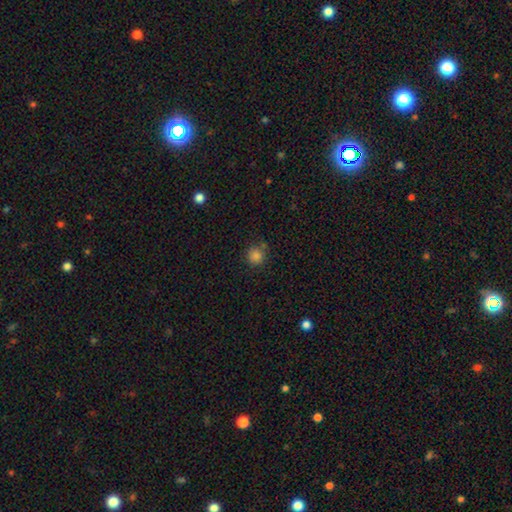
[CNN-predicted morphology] The model was most divided on "merging": none: 78%, minor disturbance: 12%, merger: 7%, major disturbance: 3%. More confident: how rounded — round (92%); smooth or featured — smooth (84%).